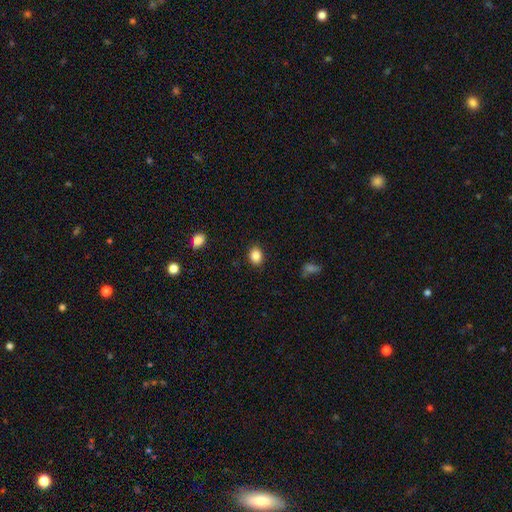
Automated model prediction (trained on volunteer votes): Smooth or featured? Predicted: smooth (p=0.87). How rounded? Predicted: in between (p=0.55). Merging? Predicted: none (p=0.88).